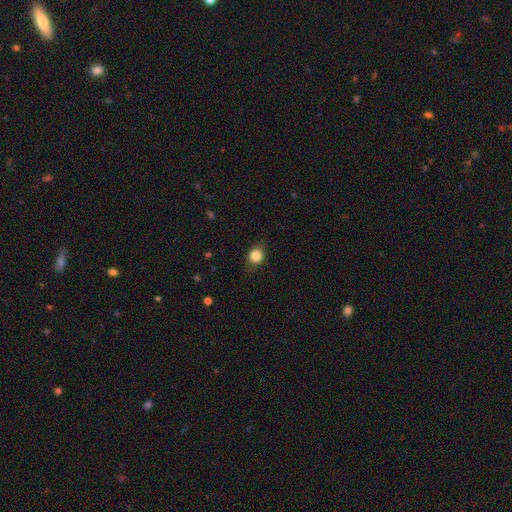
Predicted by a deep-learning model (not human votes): Overall: smooth (84%). How rounded: round (73%). Merging: none (82%).